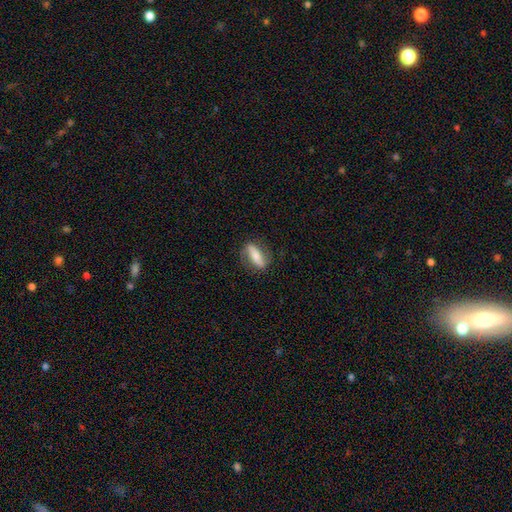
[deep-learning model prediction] Smooth or featured: featured or disk — 47% (smooth — 46%)
Merging: none — 77% (minor disturbance — 15%)